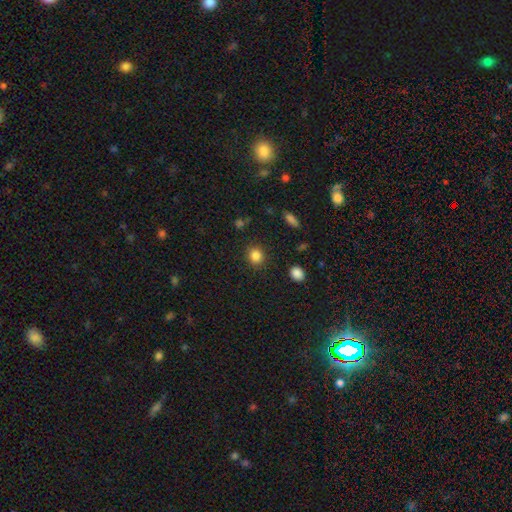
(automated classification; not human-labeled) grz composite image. It shows a smooth galaxy with no disk features (85%) that is round (82%). Merging: none (89%).